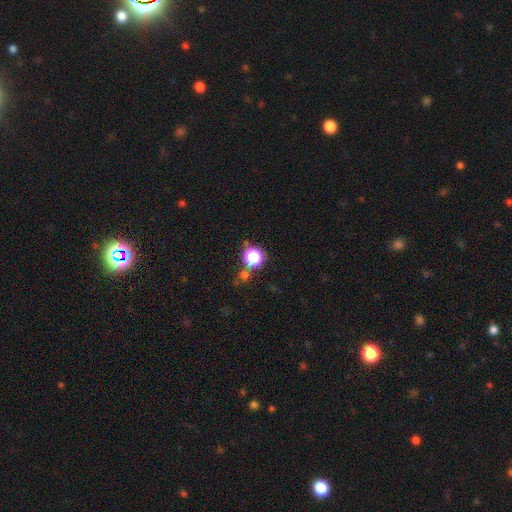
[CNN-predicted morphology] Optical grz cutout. It shows a star or artifact, not a galaxy (57%).